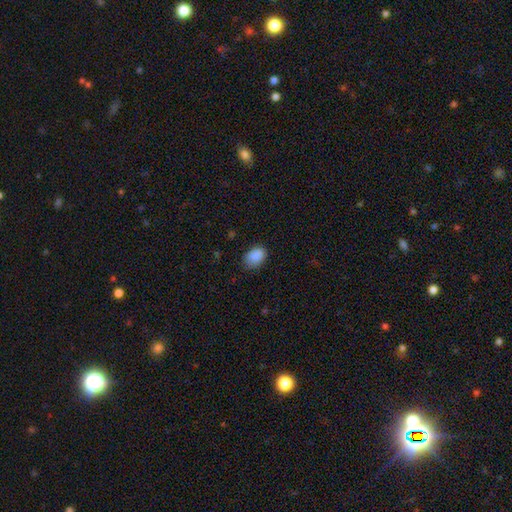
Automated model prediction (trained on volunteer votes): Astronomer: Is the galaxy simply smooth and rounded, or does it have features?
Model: smooth — 88%.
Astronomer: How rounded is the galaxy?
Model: in between — 79%.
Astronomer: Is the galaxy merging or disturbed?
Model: none — 72%.